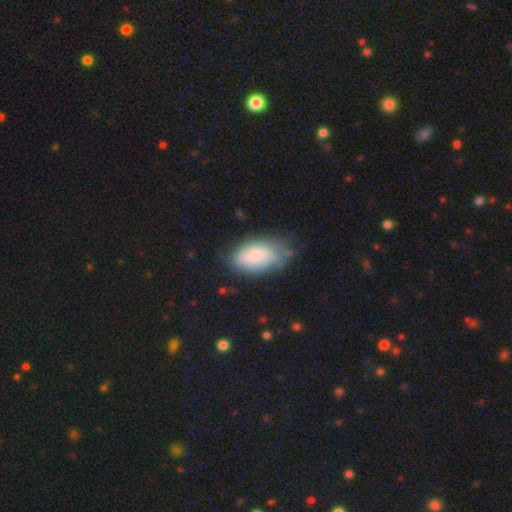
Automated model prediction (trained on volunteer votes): Smooth or featured? Predicted: smooth (p=0.66). How rounded? Predicted: in between (p=0.93). Merging? Predicted: none (p=0.47).